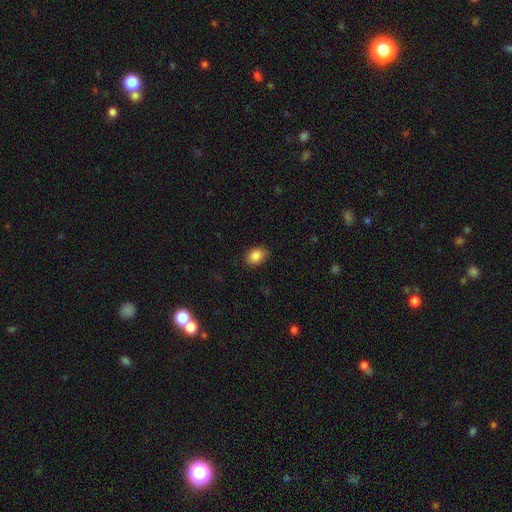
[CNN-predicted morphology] The model was most divided on "how rounded": in between: 70%, round: 29%, cigar-shaped: 1%. More confident: smooth or featured — smooth (87%); merging — none (84%).